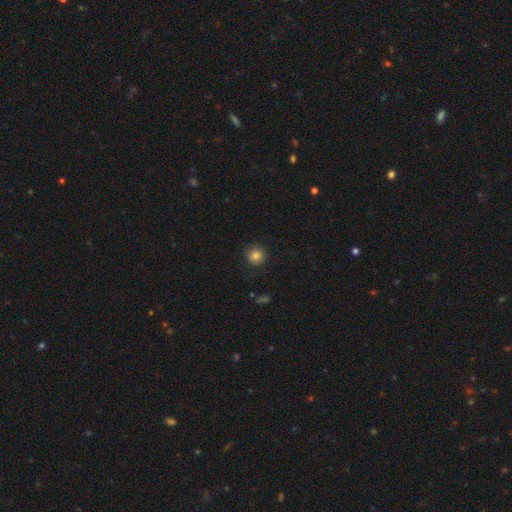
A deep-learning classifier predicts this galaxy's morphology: Smooth or featured? Predicted: smooth (p=0.83). How rounded? Predicted: round (p=0.93). Merging? Predicted: none (p=0.88).